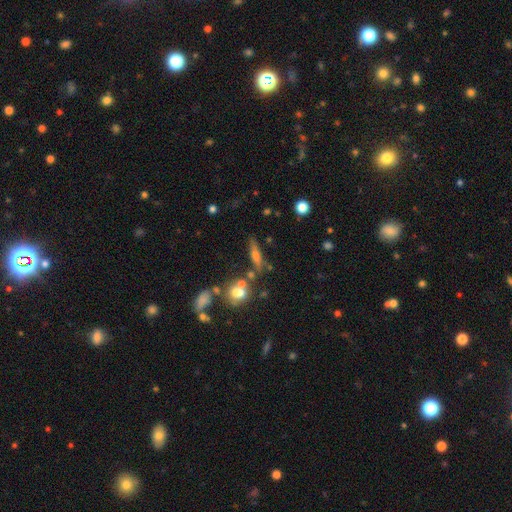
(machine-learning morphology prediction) type=smooth (46%); merging=none (68%).